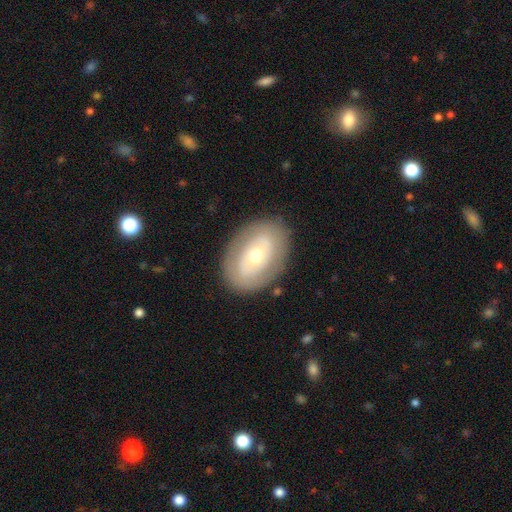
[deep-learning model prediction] Morphology: type=featured or disk (55%); edge-on=no (93%); bar=no (67%); spiral arms=no (65%); bulge=moderate (56%); merging=none (84%).